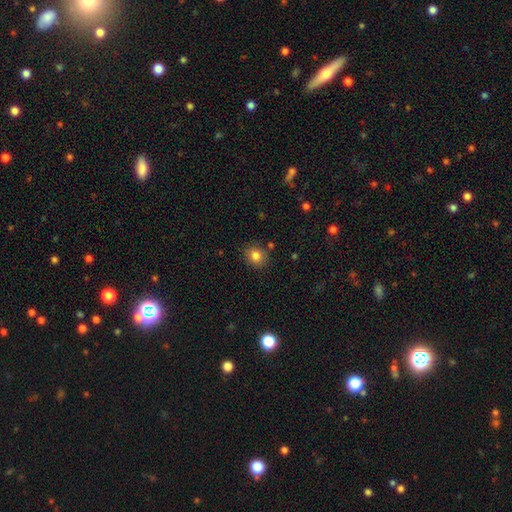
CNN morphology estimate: type=smooth (82%); roundness=round (76%); merging=none (84%).